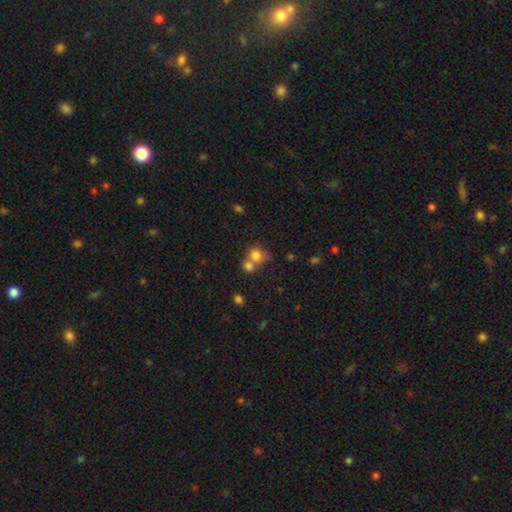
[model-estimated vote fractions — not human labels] Smooth or featured? smooth (77%)
How rounded? round (65%)
Merging? merger (55%)